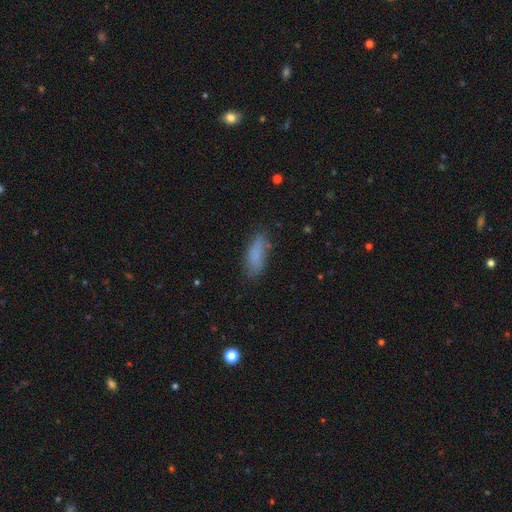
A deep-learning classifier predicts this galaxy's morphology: The model was most divided on "how rounded": in between: 70%, cigar-shaped: 28%, round: 2%. More confident: smooth or featured — smooth (82%); merging — none (72%).